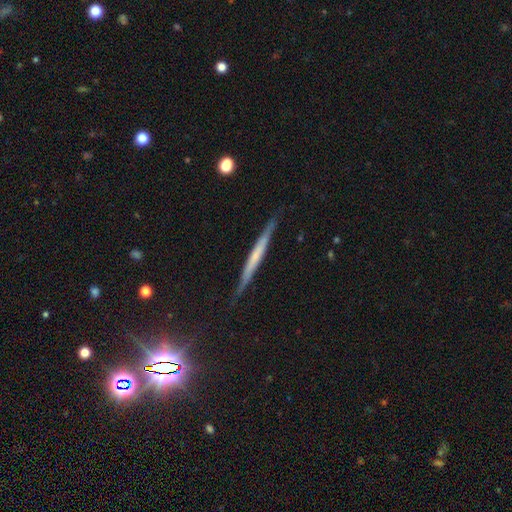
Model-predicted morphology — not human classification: featured or disk 55%, smooth 36%, star or artifact 8%. Down the decision tree: edge-on disk — yes (96%); edge-on bulge — none (73%); merging — none (85%).